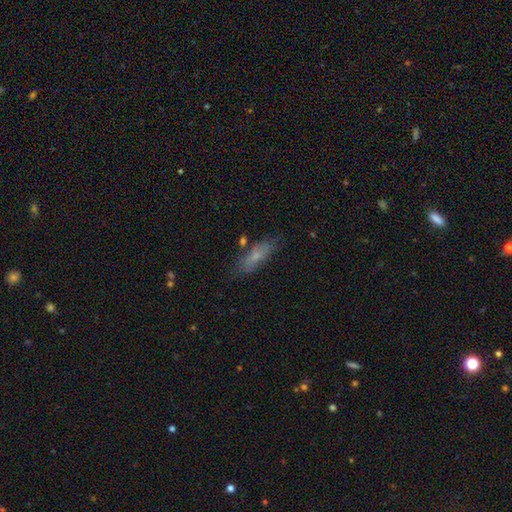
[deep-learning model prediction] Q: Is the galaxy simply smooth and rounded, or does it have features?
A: smooth — 68%.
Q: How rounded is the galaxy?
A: in between — 55%.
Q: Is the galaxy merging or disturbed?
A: none — 69%.